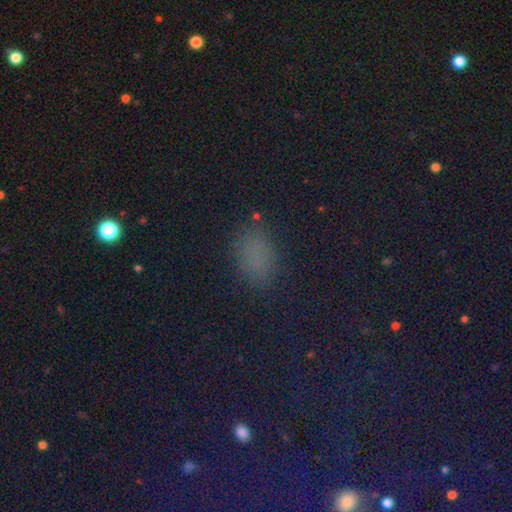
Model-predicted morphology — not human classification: This appears to be a smooth galaxy with no disk features (68%) that is in between round and cigar-shaped (83%). Merging: none (83%).